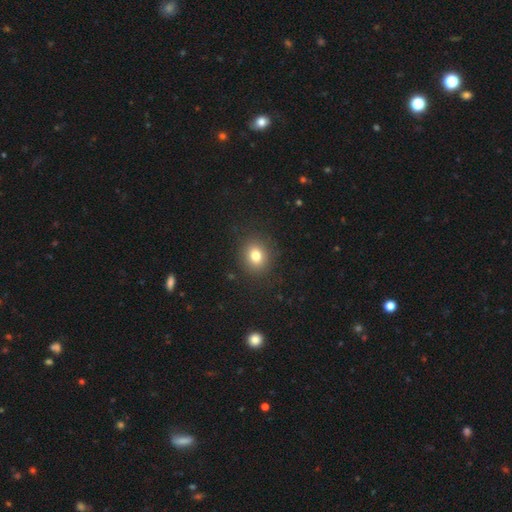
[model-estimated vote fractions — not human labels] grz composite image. It shows a smooth galaxy with no disk features (79%) that is round (67%). Merging: none (88%).